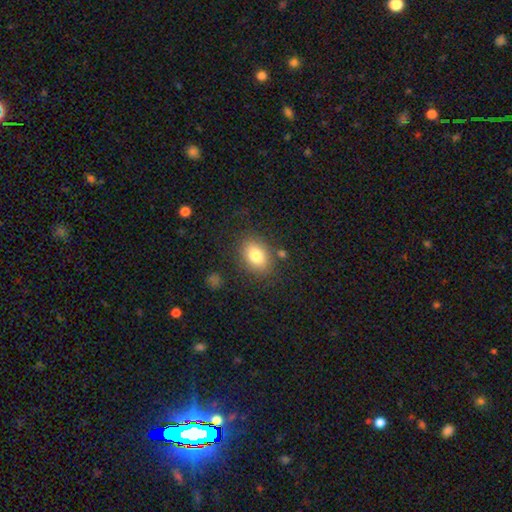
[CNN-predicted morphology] Smooth or featured? Predicted: smooth (p=0.79). How rounded? Predicted: in between (p=0.72). Merging? Predicted: none (p=0.80).